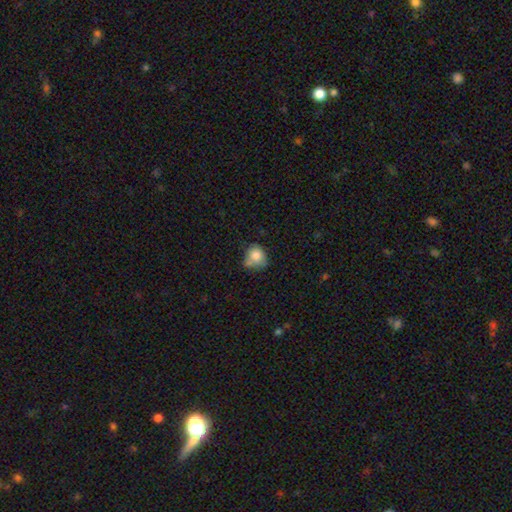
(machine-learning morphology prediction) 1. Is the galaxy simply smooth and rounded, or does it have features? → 78% smooth, 13% featured or disk, 9% star or artifact.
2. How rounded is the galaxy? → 62% round, 37% in between, 1% cigar-shaped.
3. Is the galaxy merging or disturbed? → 43% none, 27% minor disturbance, 21% merger, 9% major disturbance.